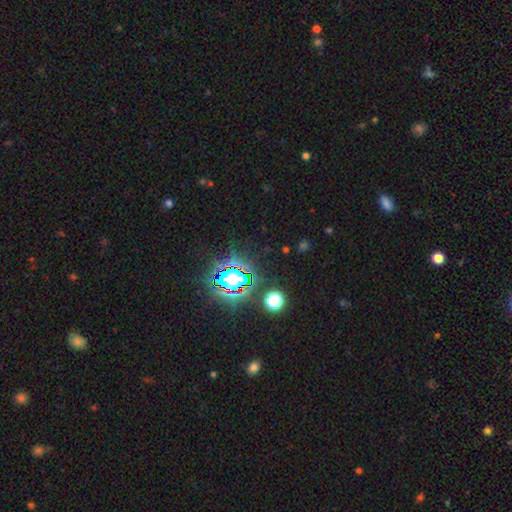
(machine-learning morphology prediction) Q: Smooth or featured?
A: star or artifact (78%); runner-up: smooth (14%)